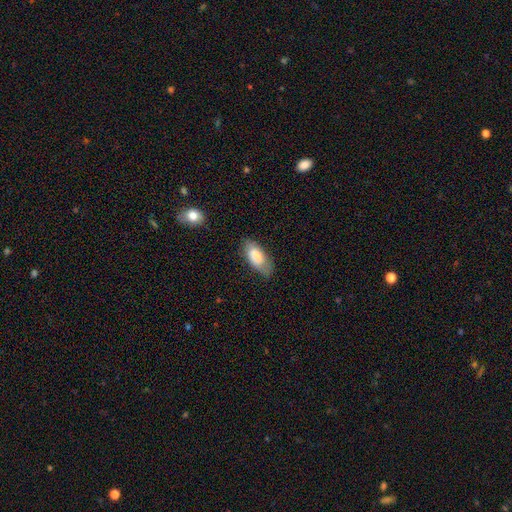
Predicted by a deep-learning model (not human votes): A smooth galaxy with no disk features (79%) that is in between round and cigar-shaped (90%).

Vote fractions:
- Smooth or featured? smooth: 79% / featured or disk: 15% / star or artifact: 6%
- How rounded? in between: 90% / cigar-shaped: 7% / round: 2%
- Merging? none: 69% / minor disturbance: 23% / major disturbance: 6% / merger: 2%